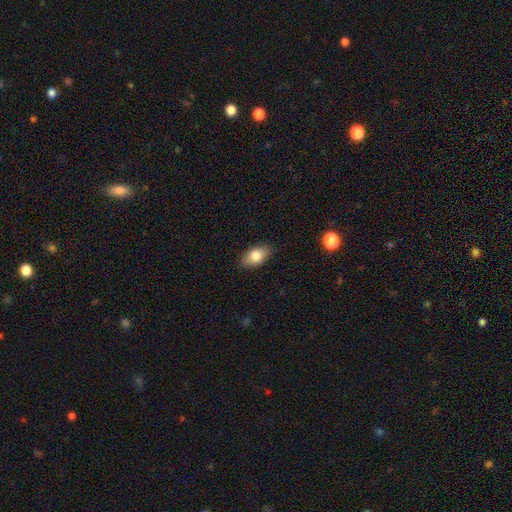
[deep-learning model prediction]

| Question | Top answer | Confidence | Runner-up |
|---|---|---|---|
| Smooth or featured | smooth | 79% | featured or disk (14%) |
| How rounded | in between | 90% | round (6%) |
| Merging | none | 87% | minor disturbance (10%) |